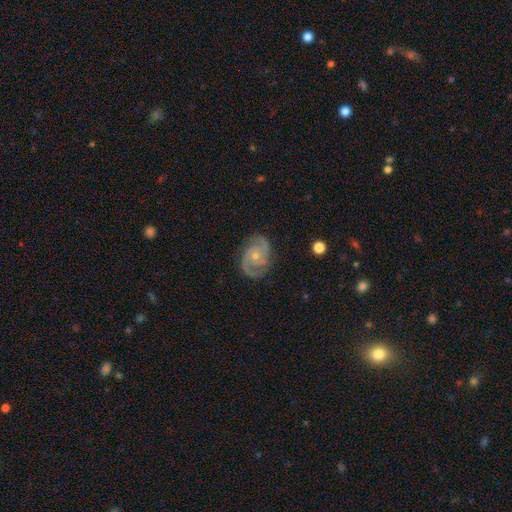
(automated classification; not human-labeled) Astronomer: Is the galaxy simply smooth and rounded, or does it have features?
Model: featured or disk — 90%.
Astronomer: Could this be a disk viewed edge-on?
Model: no — 98%.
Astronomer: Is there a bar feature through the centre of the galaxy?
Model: no — 70%.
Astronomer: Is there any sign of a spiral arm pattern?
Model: yes — 98%.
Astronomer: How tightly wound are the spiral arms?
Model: medium — 48% (runner-up: tight, 44%).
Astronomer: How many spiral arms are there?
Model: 2 — 85%.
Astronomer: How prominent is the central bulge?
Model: small — 60% (runner-up: moderate, 37%).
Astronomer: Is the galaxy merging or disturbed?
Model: none — 82%.